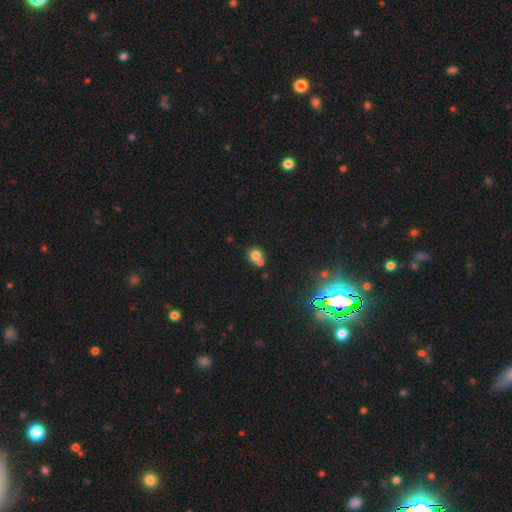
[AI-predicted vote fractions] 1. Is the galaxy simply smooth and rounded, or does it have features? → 74% smooth, 15% star or artifact, 11% featured or disk.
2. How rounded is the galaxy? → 83% round, 16% in between, 1% cigar-shaped.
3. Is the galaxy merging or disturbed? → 49% none, 38% merger, 10% minor disturbance, 3% major disturbance.